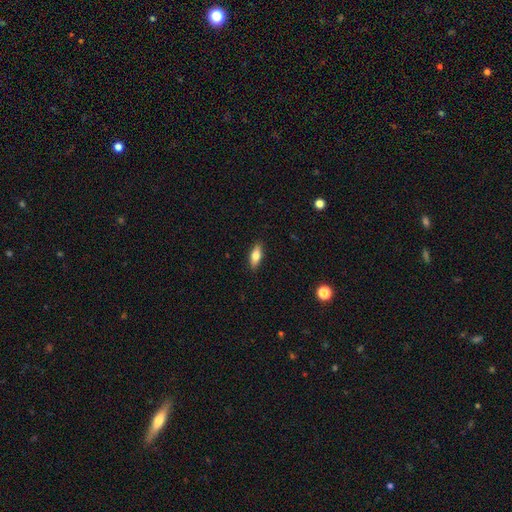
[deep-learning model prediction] Morphology: type=smooth (73%); roundness=in between (70%); merging=none (89%).